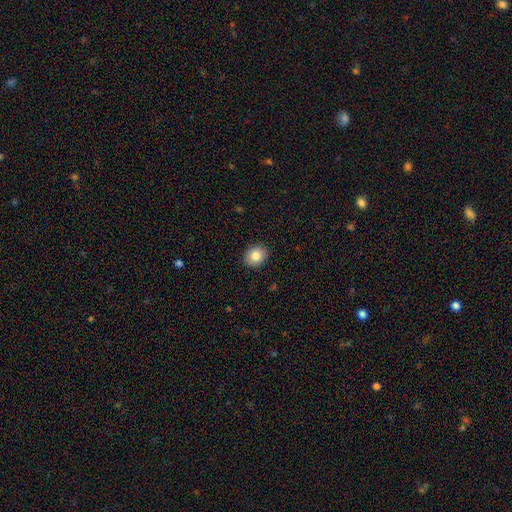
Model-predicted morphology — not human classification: Smooth or featured?
  - smooth: 84% *
  - star or artifact: 9%
  - featured or disk: 7%
How rounded?
  - round: 57% *
  - in between: 43%
  - cigar-shaped: 1%
Merging?
  - none: 90% *
  - minor disturbance: 7%
  - major disturbance: 2%
  - merger: 1%